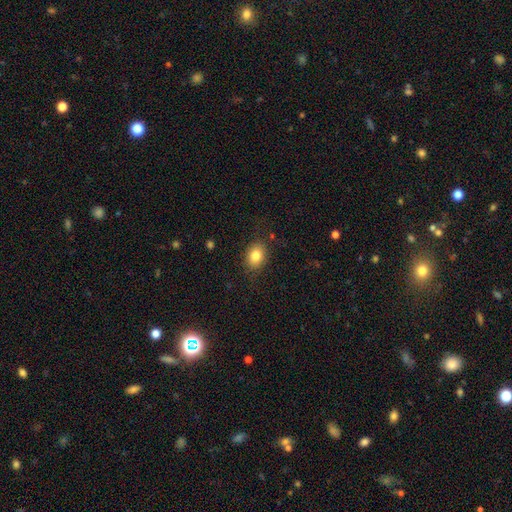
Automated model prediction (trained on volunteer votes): Morphology: type=smooth (83%); roundness=in between (58%); merging=none (83%).